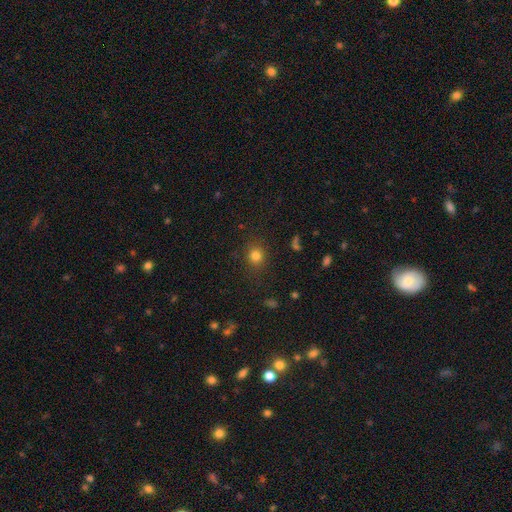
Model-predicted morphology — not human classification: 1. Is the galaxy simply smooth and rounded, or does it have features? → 79% smooth, 14% star or artifact, 6% featured or disk.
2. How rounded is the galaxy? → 81% round, 18% in between, 1% cigar-shaped.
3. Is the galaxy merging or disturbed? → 86% none, 9% minor disturbance, 4% major disturbance, 1% merger.